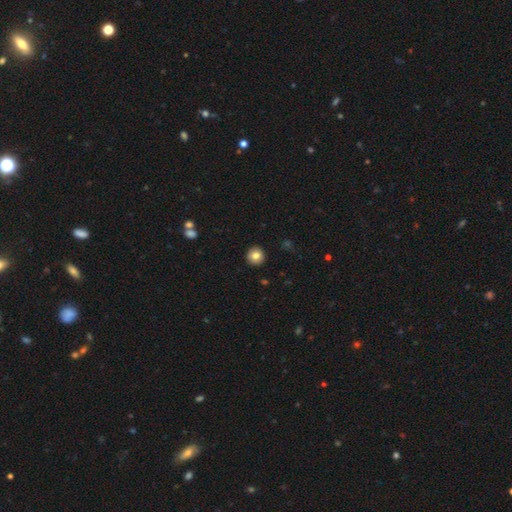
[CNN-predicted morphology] Overall: smooth (82%). How rounded: round (94%). Merging: none (92%).